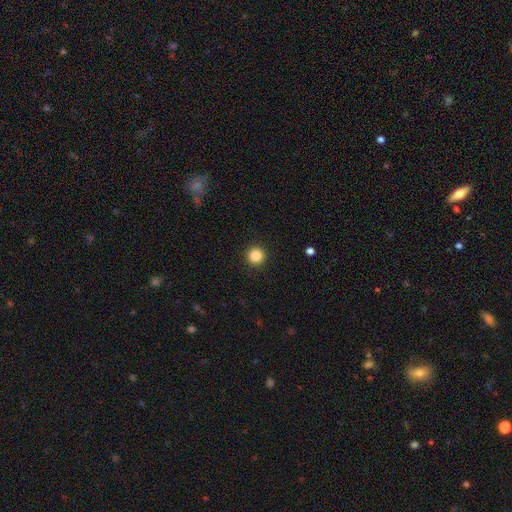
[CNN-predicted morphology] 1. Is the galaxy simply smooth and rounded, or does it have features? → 86% smooth, 11% star or artifact, 3% featured or disk.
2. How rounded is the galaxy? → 96% round, 3% in between, 1% cigar-shaped.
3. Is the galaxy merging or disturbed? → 93% none, 4% minor disturbance, 2% major disturbance, 1% merger.